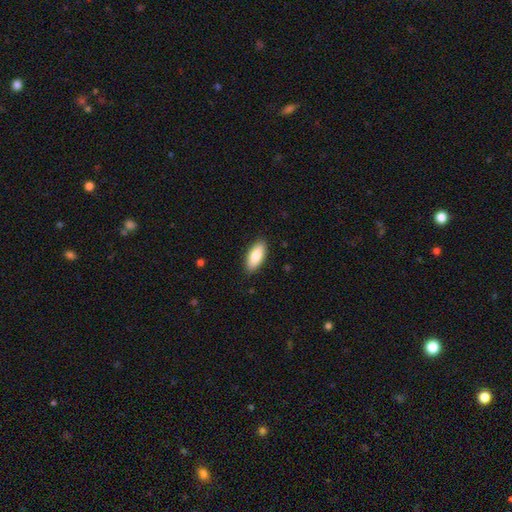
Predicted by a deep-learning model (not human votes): Smooth or featured: smooth — 84% (featured or disk — 10%)
How rounded: in between — 86% (cigar-shaped — 12%)
Merging: none — 88% (minor disturbance — 10%)